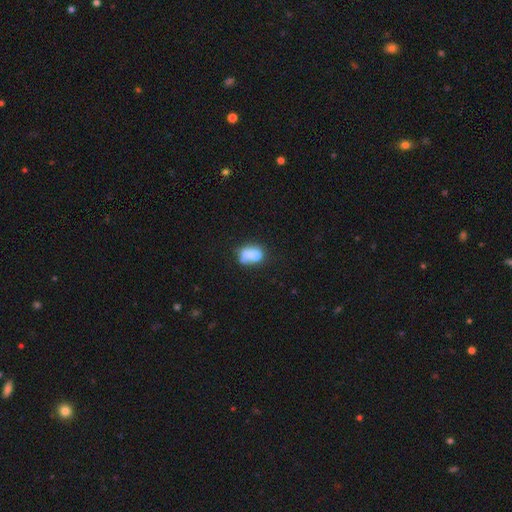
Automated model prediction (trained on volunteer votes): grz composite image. It shows a smooth galaxy with no disk features (67%) that is in between round and cigar-shaped (72%). Merging: merger (36%).